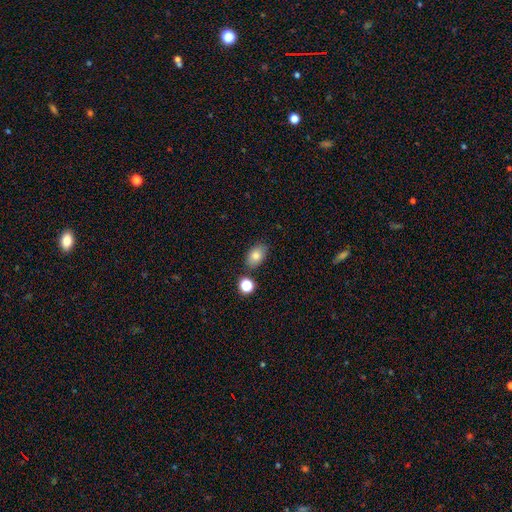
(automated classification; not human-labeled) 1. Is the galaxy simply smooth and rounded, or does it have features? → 80% smooth, 10% featured or disk, 10% star or artifact.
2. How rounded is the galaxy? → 83% in between, 15% round, 1% cigar-shaped.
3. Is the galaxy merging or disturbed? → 79% none, 12% minor disturbance, 6% merger, 3% major disturbance.